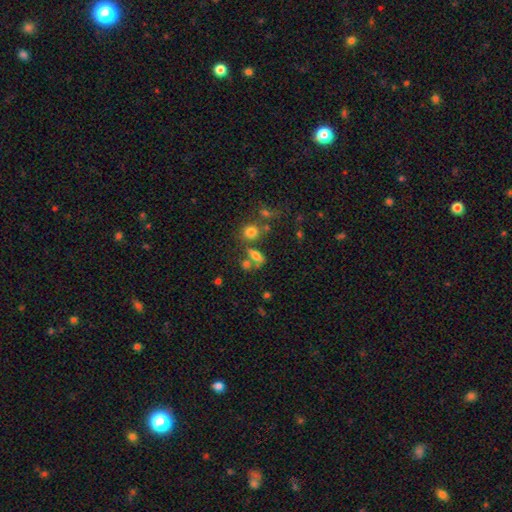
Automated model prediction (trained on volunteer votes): Smooth or featured? smooth (68%)
How rounded? in between (66%)
Merging? none (52%)